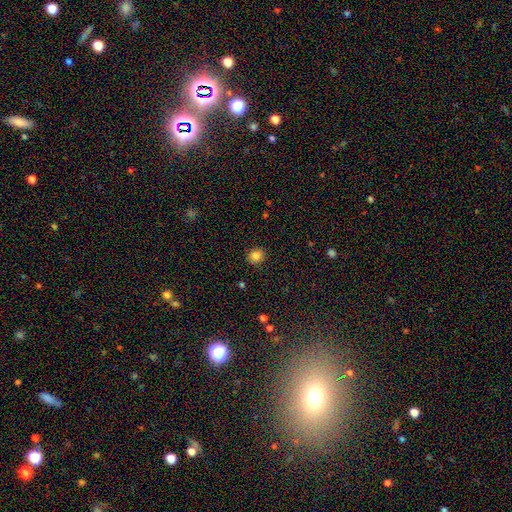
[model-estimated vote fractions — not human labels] Smooth or featured? Predicted: smooth (p=0.84). How rounded? Predicted: round (p=0.78). Merging? Predicted: none (p=0.90).